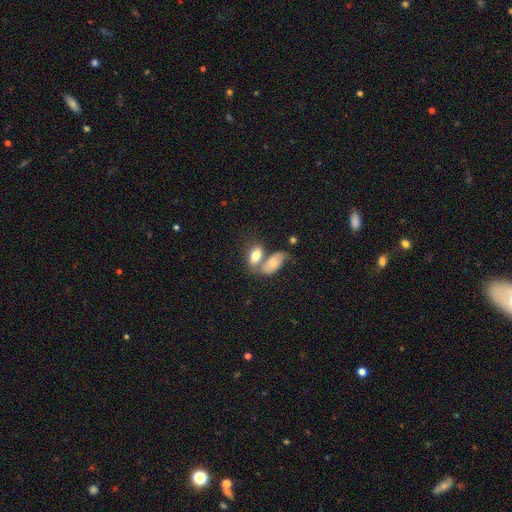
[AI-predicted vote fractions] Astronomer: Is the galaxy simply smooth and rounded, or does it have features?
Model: smooth — 75%.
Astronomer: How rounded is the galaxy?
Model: in between — 86%.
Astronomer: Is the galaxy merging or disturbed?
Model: merger — 50% (runner-up: none, 34%).